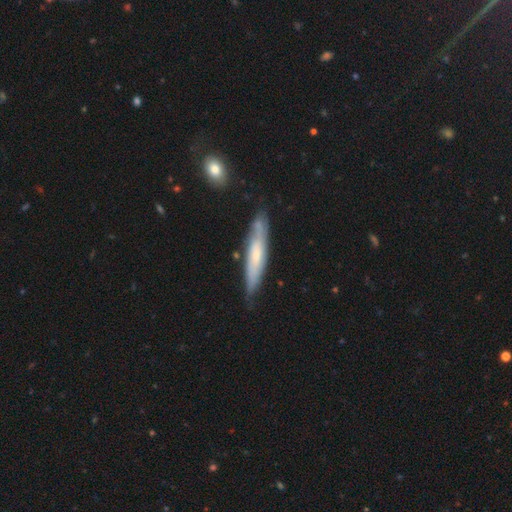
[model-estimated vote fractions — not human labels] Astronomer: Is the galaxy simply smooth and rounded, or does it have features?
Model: featured or disk — 54% (runner-up: smooth, 40%).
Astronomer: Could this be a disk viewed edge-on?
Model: yes — 62% (runner-up: no, 38%).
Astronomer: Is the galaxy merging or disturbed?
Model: none — 75%.